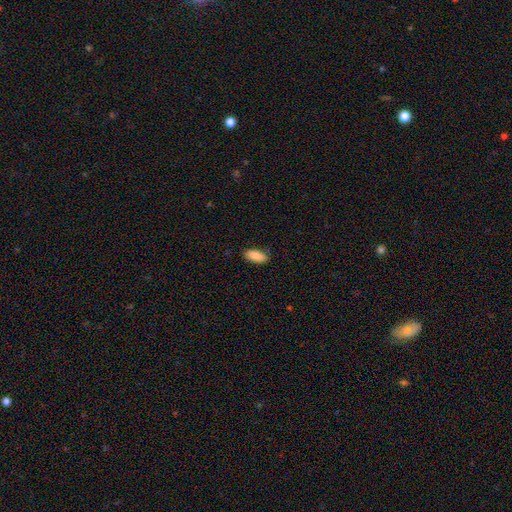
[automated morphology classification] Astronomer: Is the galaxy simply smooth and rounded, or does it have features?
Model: smooth — 90%.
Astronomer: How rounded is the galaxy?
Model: in between — 86%.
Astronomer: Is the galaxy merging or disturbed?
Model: none — 85%.